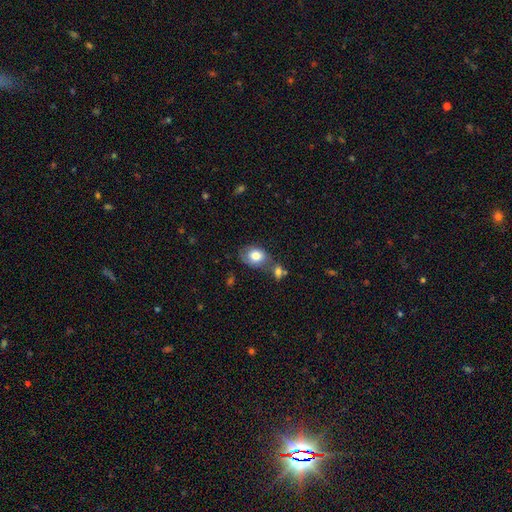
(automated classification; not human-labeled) This is likely a smooth galaxy (76%). How rounded: likely in between (70%). Merging: marginally none (43%).